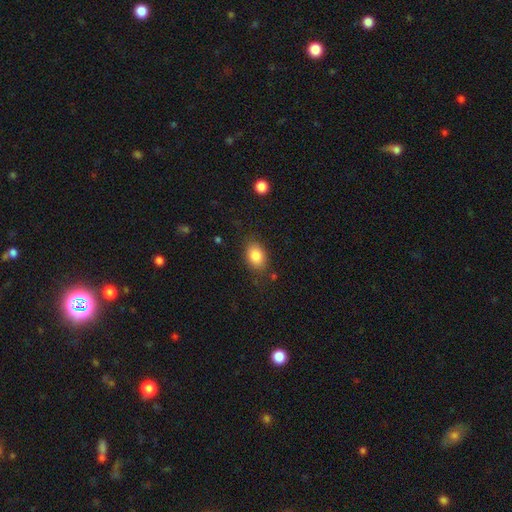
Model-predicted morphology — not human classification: A smooth galaxy with no disk features (85%) that is in between round and cigar-shaped (79%). Merging: none (81%).